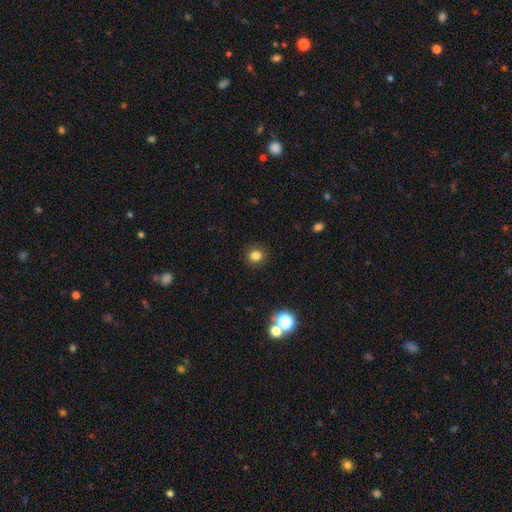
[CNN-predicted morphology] smooth_or_featured: smooth (p=0.81) [alt: star or artifact p=0.14]
how_rounded: round (p=0.88) [alt: in between p=0.11]
merging: none (p=0.91) [alt: minor disturbance p=0.06]